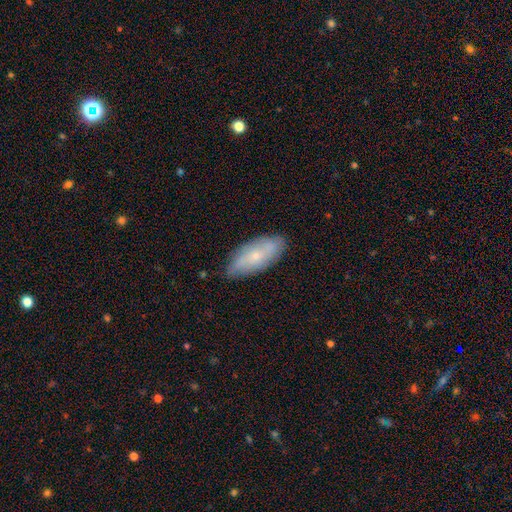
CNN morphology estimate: Q: Smooth or featured?
A: smooth (54%); runner-up: featured or disk (39%)
Q: How rounded?
A: in between (81%); runner-up: cigar-shaped (17%)
Q: Merging?
A: none (79%); runner-up: minor disturbance (17%)